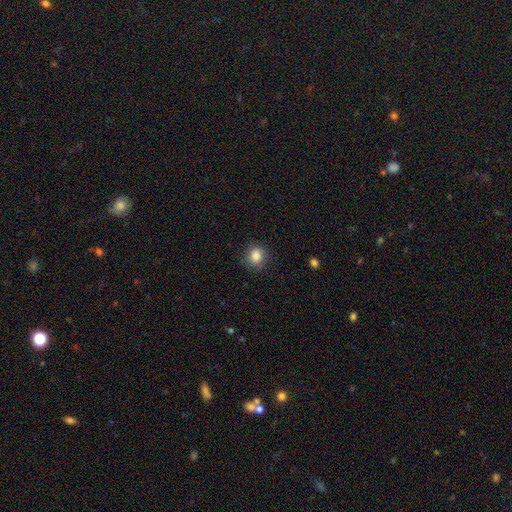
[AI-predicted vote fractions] A smooth galaxy with no disk features (86%) that is round (69%). Merging: none (81%).